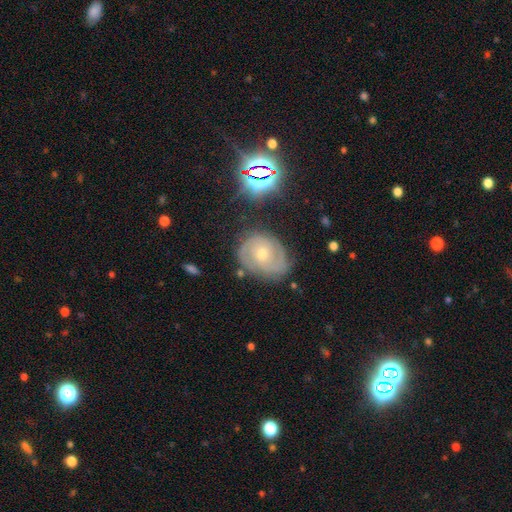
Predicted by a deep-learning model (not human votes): The model was most divided on "bulge size": moderate: 49%, small: 47%, large: 2%, none: 1%, dominant: 1%. More confident: edge-on disk — no (97%); spiral arms — yes (91%); smooth or featured — featured or disk (75%); merging — none (72%); bar — no (70%); spiral winding — tight (64%); spiral arm count — 2 (52%).